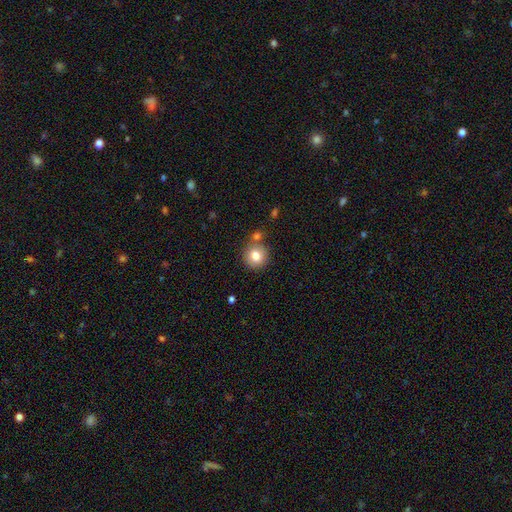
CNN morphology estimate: Overall: smooth (80%). How rounded: round (92%). Merging: none (72%).